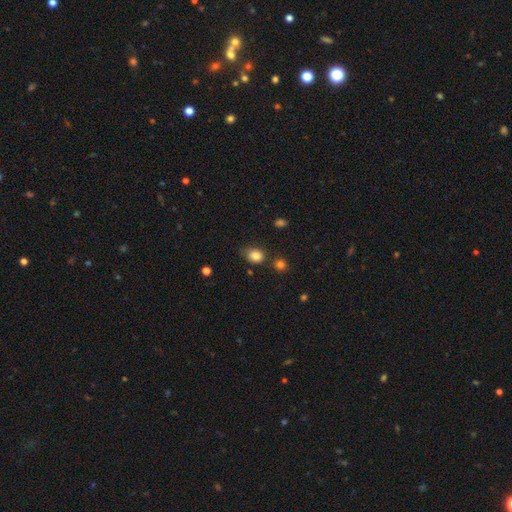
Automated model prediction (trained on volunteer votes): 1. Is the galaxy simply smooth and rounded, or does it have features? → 83% smooth, 11% star or artifact, 6% featured or disk.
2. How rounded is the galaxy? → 51% round, 48% in between, 1% cigar-shaped.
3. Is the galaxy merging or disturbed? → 63% none, 25% minor disturbance, 6% major disturbance, 6% merger.